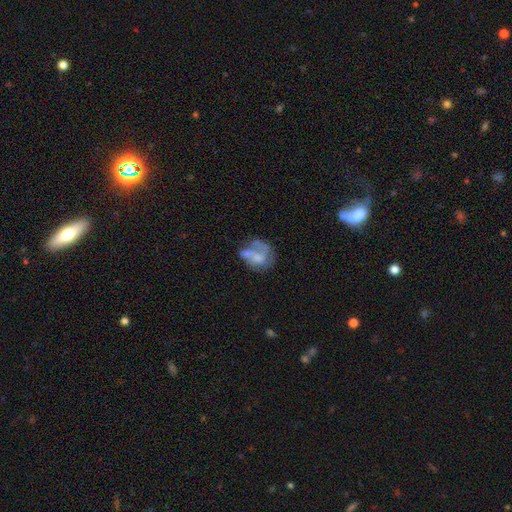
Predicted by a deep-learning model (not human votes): Smooth or featured? featured or disk (53%)
Edge-on disk? no (98%)
Bar? no (78%)
Spiral arms? no (64%)
Bulge size? none (41%)
Merging? major disturbance (31%, tied with none)